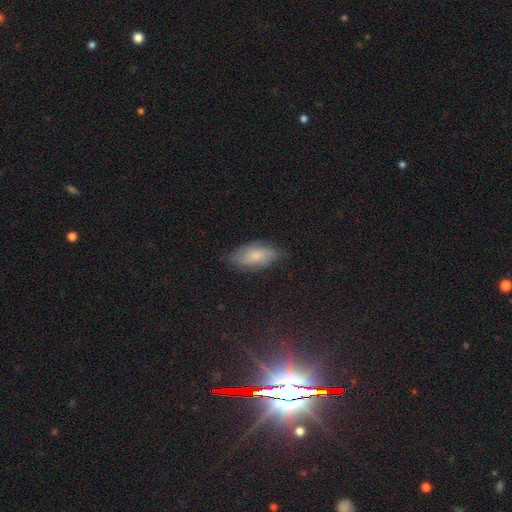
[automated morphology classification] smooth_or_featured: smooth (p=0.61) [alt: featured or disk p=0.30]
how_rounded: in between (p=0.89) [alt: cigar-shaped p=0.09]
merging: none (p=0.72) [alt: minor disturbance p=0.22]